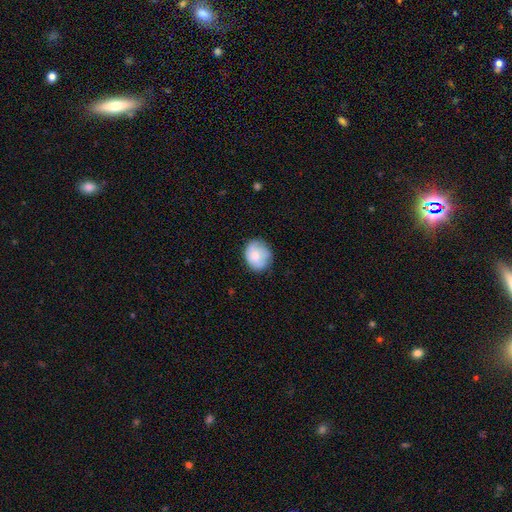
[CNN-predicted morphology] type=smooth (64%); roundness=round (66%); merging=none (72%).